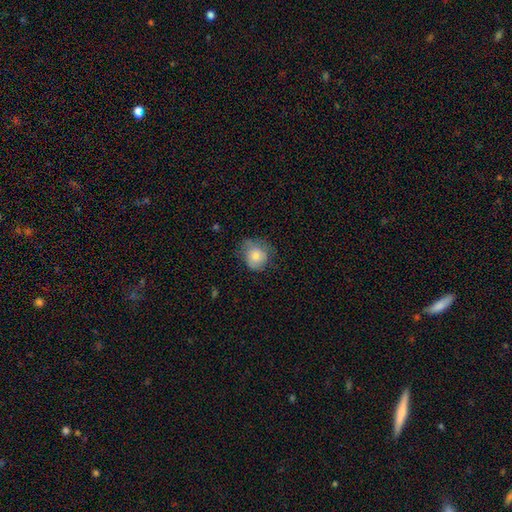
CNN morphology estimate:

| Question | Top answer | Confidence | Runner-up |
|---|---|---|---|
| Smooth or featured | smooth | 74% | featured or disk (18%) |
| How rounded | round | 78% | in between (21%) |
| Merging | none | 56% | minor disturbance (31%) |